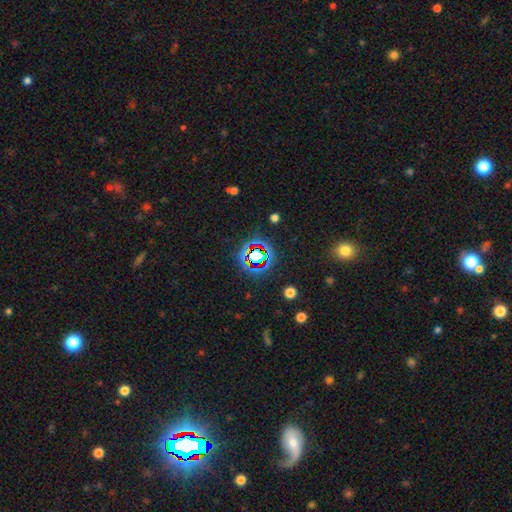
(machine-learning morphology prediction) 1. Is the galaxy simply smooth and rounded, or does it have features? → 70% star or artifact, 18% smooth, 12% featured or disk.